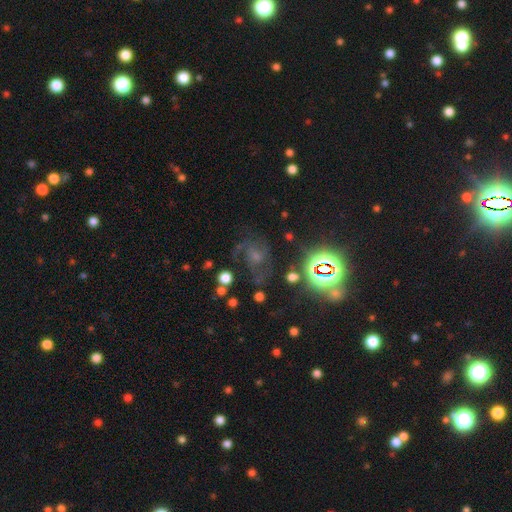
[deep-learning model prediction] Morphology: type=featured or disk (43%); merging=none (58%).